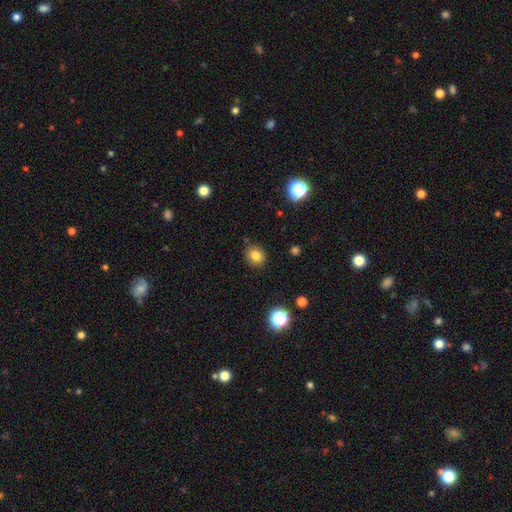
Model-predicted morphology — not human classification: A smooth galaxy with no disk features (81%) that is round (59%).

Vote fractions:
- Smooth or featured? smooth: 81% / star or artifact: 12% / featured or disk: 7%
- How rounded? round: 59% / in between: 40% / cigar-shaped: 1%
- Merging? none: 86% / minor disturbance: 10% / major disturbance: 2% / merger: 2%